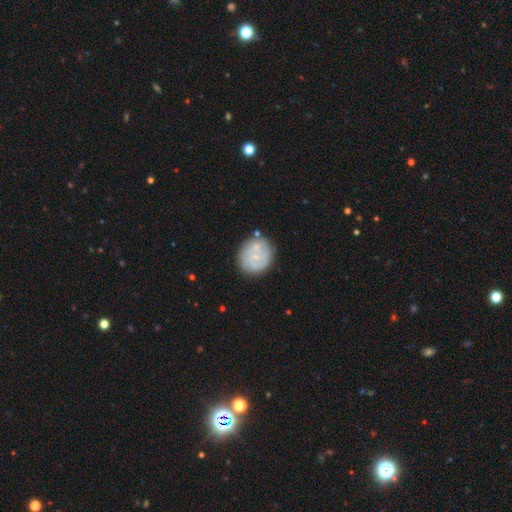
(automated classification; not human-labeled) A featured or disk galaxy (49%).

Vote fractions:
- Smooth or featured? featured or disk: 49% / smooth: 44% / star or artifact: 7%
- Merging? none: 71% / minor disturbance: 17% / merger: 6% / major disturbance: 5%